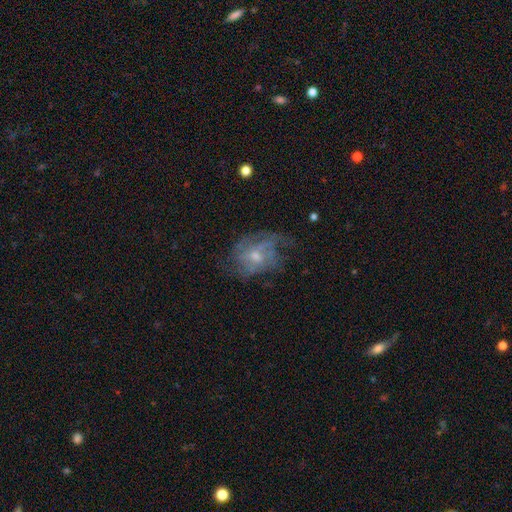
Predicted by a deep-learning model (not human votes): featured or disk 67%, smooth 22%, star or artifact 10%. Down the decision tree: edge-on disk — no (96%); bar — no (69%); spiral arms — yes (73%); bulge size — small (49%); merging — none (50%).